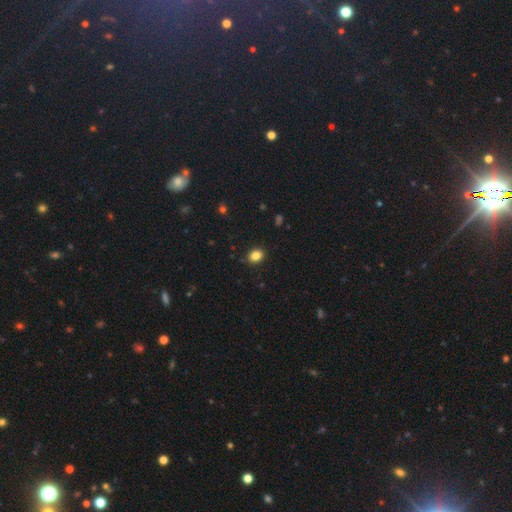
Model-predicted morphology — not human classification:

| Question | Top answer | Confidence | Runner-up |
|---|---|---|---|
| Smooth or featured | smooth | 86% | star or artifact (10%) |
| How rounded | in between | 61% | round (38%) |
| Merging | none | 89% | minor disturbance (8%) |